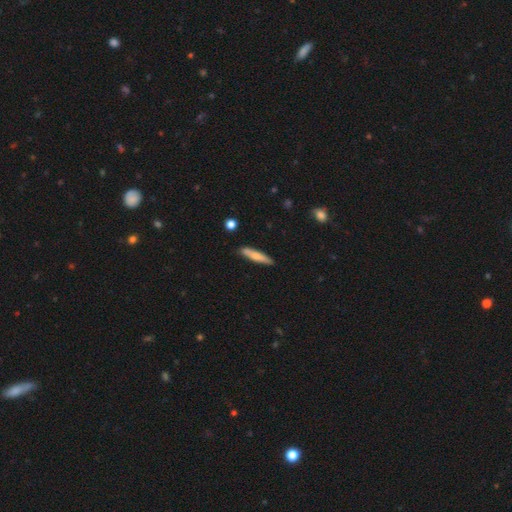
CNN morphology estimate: Smooth or featured? smooth (69%)
How rounded? cigar-shaped (88%)
Merging? none (84%)